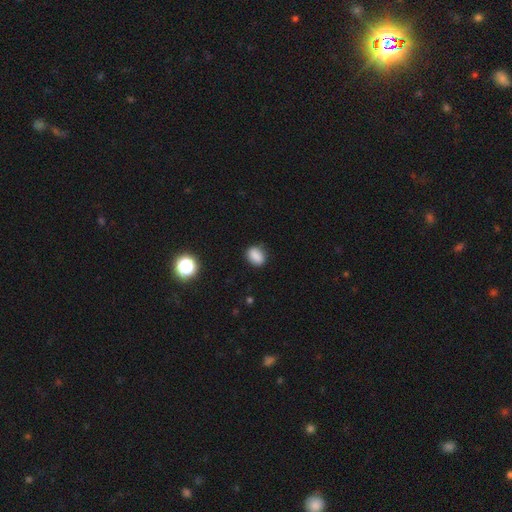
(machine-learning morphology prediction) type=smooth (85%); roundness=in between (67%); merging=none (83%).